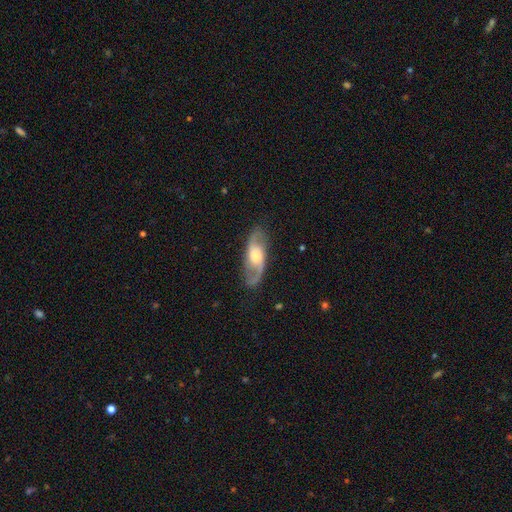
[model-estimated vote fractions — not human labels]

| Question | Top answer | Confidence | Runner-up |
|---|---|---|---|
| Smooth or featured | featured or disk | 83% | smooth (12%) |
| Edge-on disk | no | 92% | yes (8%) |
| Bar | no | 54% | weak (37%) |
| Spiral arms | yes | 95% | no (5%) |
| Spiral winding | loose | 47% | medium (42%) |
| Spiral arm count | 2 | 92% | can't tell (3%) |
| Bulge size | moderate | 58% | small (22%) |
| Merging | none | 83% | minor disturbance (12%) |